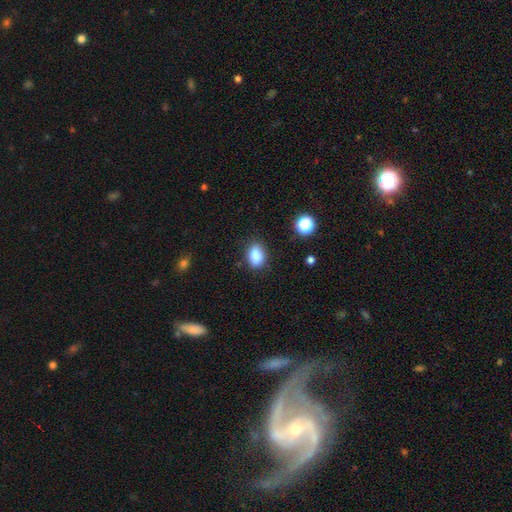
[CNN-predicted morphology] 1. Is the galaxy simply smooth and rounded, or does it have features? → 85% smooth, 10% star or artifact, 5% featured or disk.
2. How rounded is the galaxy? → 79% in between, 20% round, 2% cigar-shaped.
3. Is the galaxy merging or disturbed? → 78% none, 16% minor disturbance, 4% major disturbance, 2% merger.